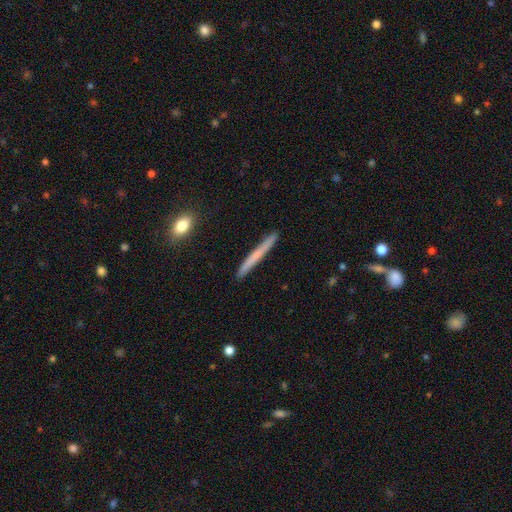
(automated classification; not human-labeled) Smooth or featured?
  - smooth: 58% *
  - featured or disk: 36%
  - star or artifact: 6%
How rounded?
  - cigar-shaped: 97% *
  - in between: 2%
  - round: 1%
Merging?
  - none: 91% *
  - minor disturbance: 6%
  - major disturbance: 1%
  - merger: 1%